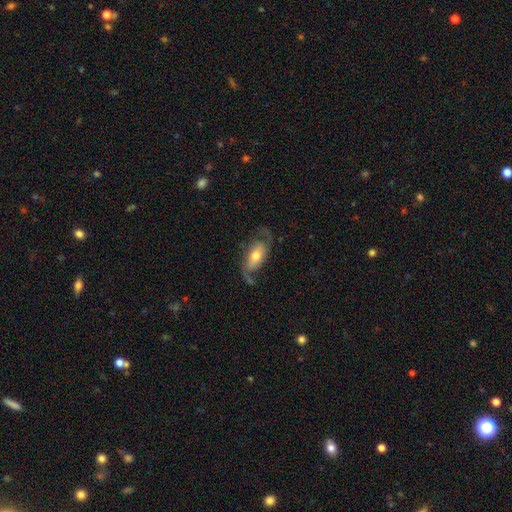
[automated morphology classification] Smooth or featured: featured or disk — 72% (smooth — 21%)
Edge-on disk: no — 92% (yes — 8%)
Bar: no — 54% (weak — 30%)
Spiral arms: yes — 91% (no — 9%)
Spiral winding: loose — 58% (medium — 31%)
Spiral arm count: 2 — 87% (1 — 5%)
Bulge size: moderate — 60% (small — 23%)
Merging: none — 62% (minor disturbance — 18%)